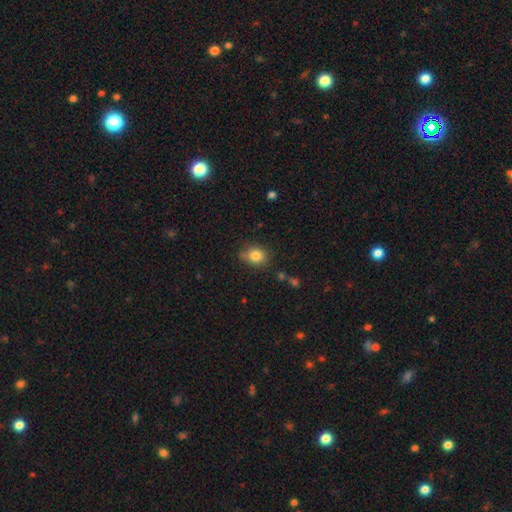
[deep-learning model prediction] This appears to be a smooth galaxy with no disk features (82%) that is round (63%). Merging: none (75%).